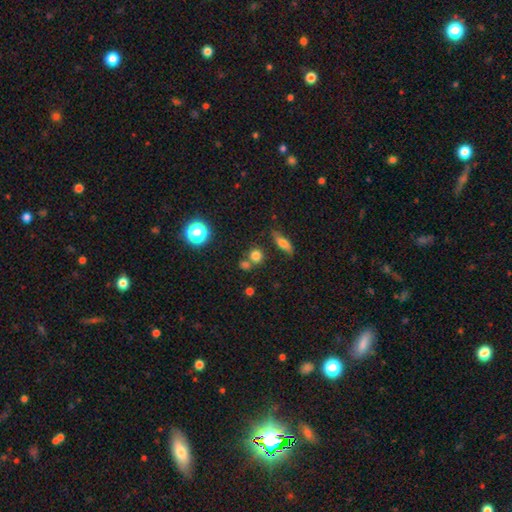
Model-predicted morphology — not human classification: smooth-or-featured: smooth: 74% | star or artifact: 17% | featured or disk: 9%
  how-rounded: round: 82% | in between: 15% | cigar-shaped: 3%
  merging: none: 65% | merger: 22% | minor disturbance: 10% | major disturbance: 4%